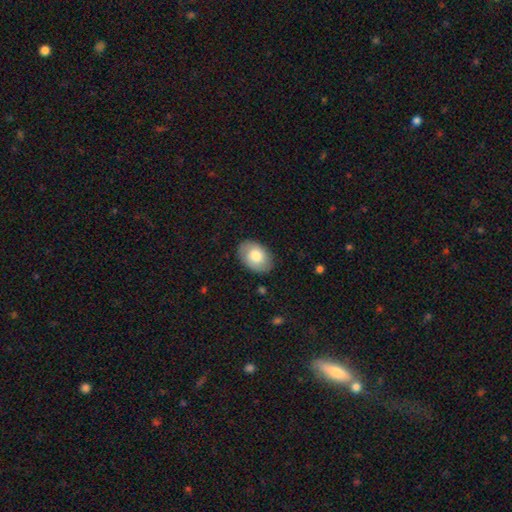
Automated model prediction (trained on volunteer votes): Smooth or featured? Predicted: smooth (p=0.75). How rounded? Predicted: in between (p=0.83). Merging? Predicted: none (p=0.85).